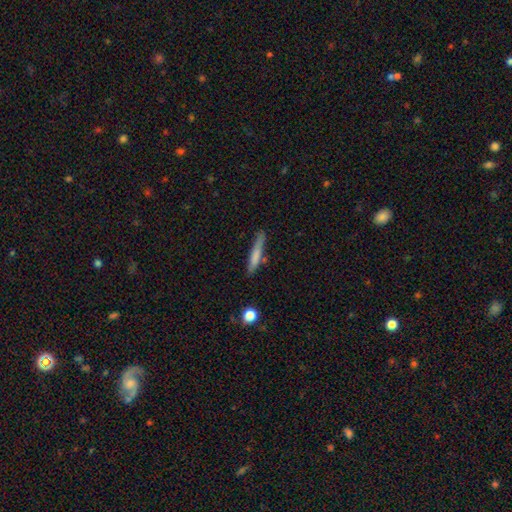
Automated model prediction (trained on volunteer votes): Overall: smooth (71%). How rounded: cigar-shaped (92%). Merging: none (73%).